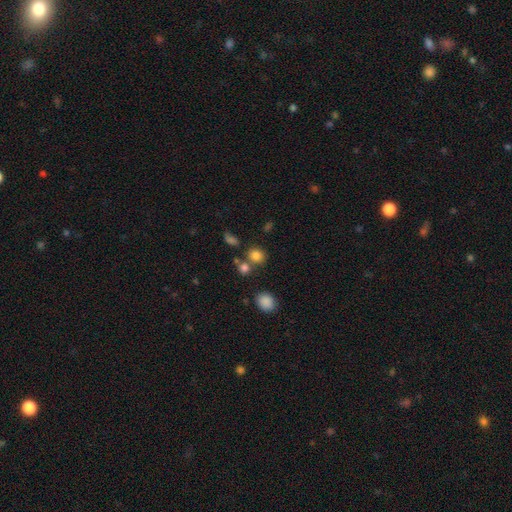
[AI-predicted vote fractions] Morphology: type=smooth (80%); roundness=round (76%); merging=none (65%).